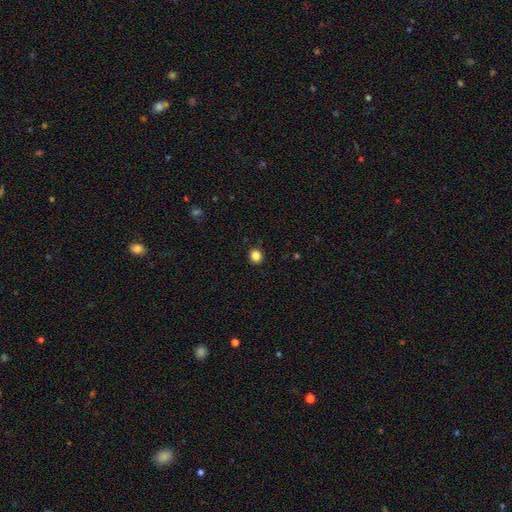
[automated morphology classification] The model was most divided on "how rounded": round: 83%, in between: 16%, cigar-shaped: 1%. More confident: merging — none (92%); smooth or featured — smooth (86%).